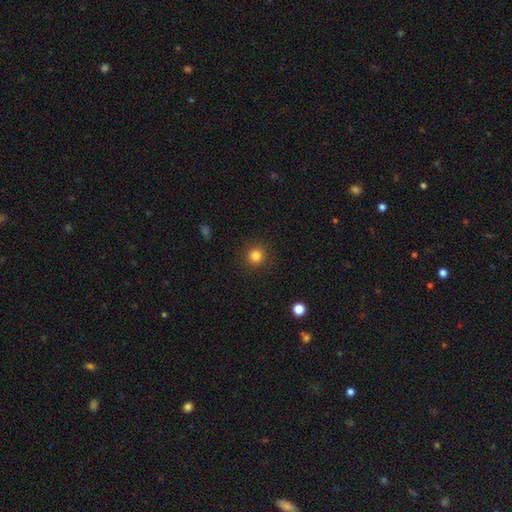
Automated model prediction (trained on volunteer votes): Q: Smooth or featured?
A: smooth (83%); runner-up: star or artifact (12%)
Q: How rounded?
A: round (94%); runner-up: in between (5%)
Q: Merging?
A: none (90%); runner-up: minor disturbance (6%)